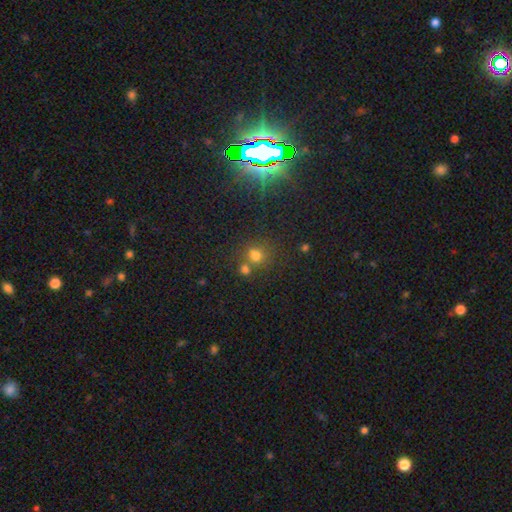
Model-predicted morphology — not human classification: Smooth or featured: smooth — 67% (star or artifact — 23%)
How rounded: round — 72% (in between — 26%)
Merging: none — 51% (merger — 34%)